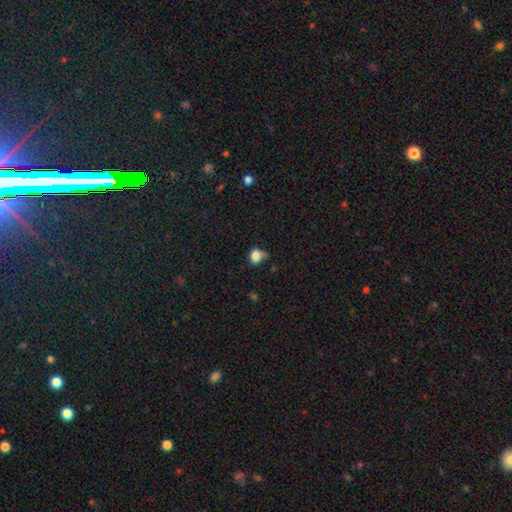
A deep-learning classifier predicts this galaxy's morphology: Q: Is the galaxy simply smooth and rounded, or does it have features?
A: smooth — 81%.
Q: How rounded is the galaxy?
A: round — 53%.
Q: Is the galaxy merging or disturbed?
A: minor disturbance — 39%.